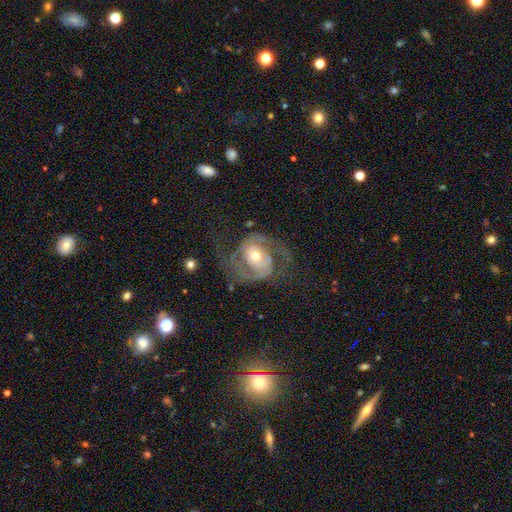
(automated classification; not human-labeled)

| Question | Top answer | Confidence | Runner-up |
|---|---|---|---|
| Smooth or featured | featured or disk | 89% | smooth (6%) |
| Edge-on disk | no | 98% | yes (2%) |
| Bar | no | 55% | weak (30%) |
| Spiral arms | yes | 97% | no (3%) |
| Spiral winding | medium | 55% | loose (23%) |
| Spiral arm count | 2 | 90% | can't tell (3%) |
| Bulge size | moderate | 56% | small (37%) |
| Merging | none | 65% | major disturbance (17%) |